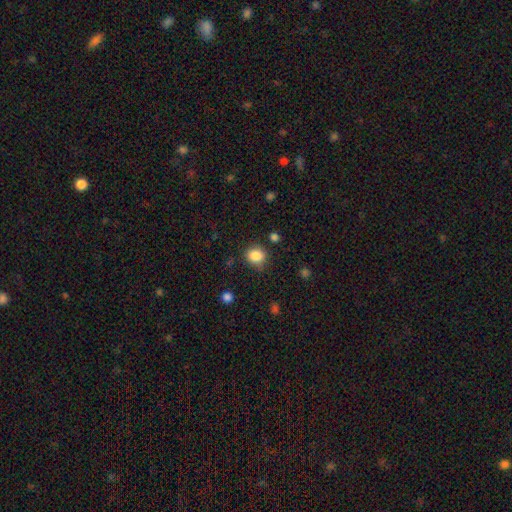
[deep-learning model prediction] smooth 86%, star or artifact 10%, featured or disk 4%. Down the decision tree: how rounded — round (70%); merging — none (75%).